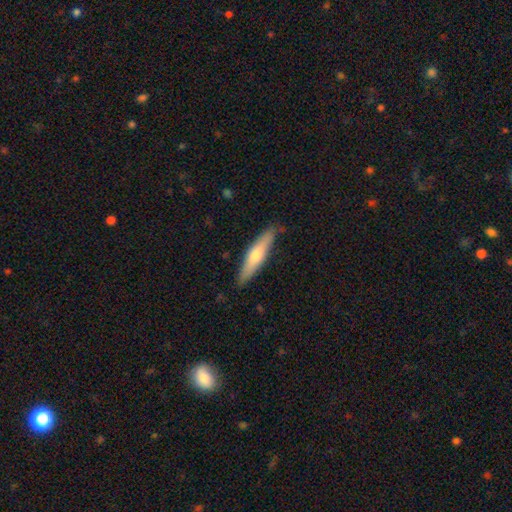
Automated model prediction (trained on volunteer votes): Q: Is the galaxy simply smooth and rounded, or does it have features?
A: smooth — 57%.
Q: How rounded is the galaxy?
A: cigar-shaped — 83%.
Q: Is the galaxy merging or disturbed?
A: none — 85%.